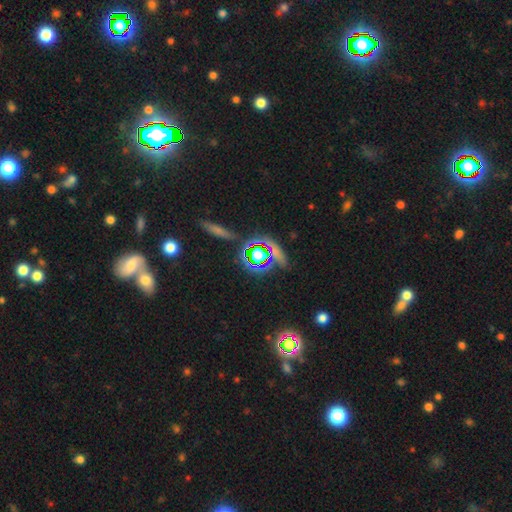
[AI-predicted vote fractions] Smooth or featured: star or artifact — 55% (smooth — 29%)